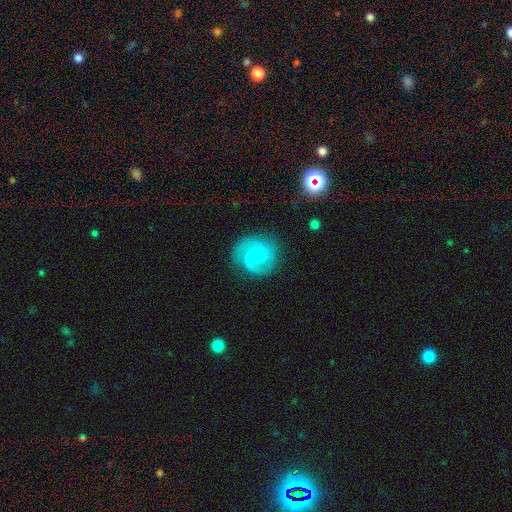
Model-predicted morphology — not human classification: A featured or disk galaxy (79%) with no bar (50%), 2 (63%) medium (48%) spiral arms (96%) and a small central bulge (69%).

Vote fractions:
- Smooth or featured? featured or disk: 79% / smooth: 16% / star or artifact: 6%
- Edge-on disk? no: 98% / yes: 2%
- Bar? no: 50% / weak: 44% / strong: 6%
- Spiral arms? yes: 96% / no: 4%
- Spiral winding? medium: 48% / tight: 36% / loose: 16%
- Spiral arm count? 2: 63% / 3: 14% / can't tell: 10% / 1: 8% / 4: 2% / more than 4: 2%
- Bulge size? small: 69% / moderate: 23% / none: 6% / large: 1% / dominant: 1%
- Merging? none: 76% / minor disturbance: 16% / major disturbance: 7% / merger: 1%